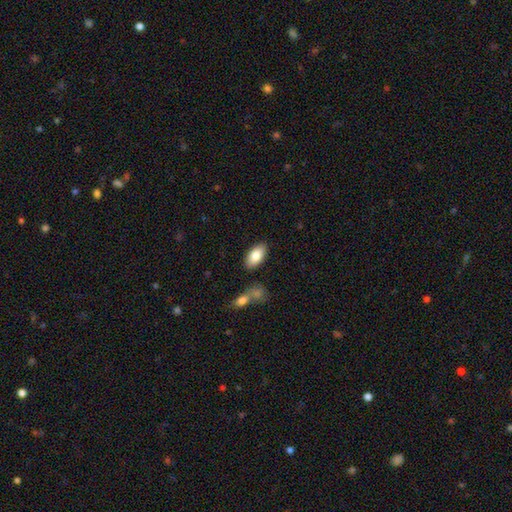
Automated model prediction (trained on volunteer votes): Smooth or featured? smooth (82%)
How rounded? in between (93%)
Merging? none (84%)